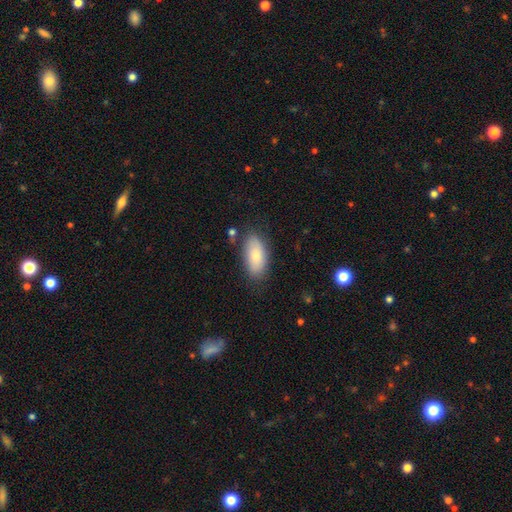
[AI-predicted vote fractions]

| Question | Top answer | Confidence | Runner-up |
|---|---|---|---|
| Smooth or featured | smooth | 80% | featured or disk (14%) |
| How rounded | in between | 93% | cigar-shaped (5%) |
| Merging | none | 77% | minor disturbance (16%) |